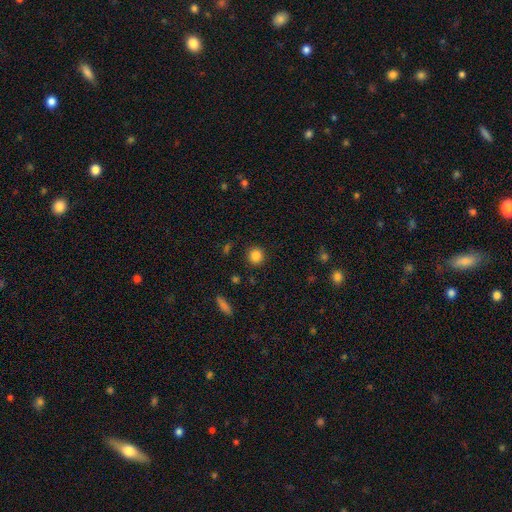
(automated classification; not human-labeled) smooth-or-featured: smooth: 85% | star or artifact: 11% | featured or disk: 4%
  how-rounded: round: 91% | in between: 8% | cigar-shaped: 1%
  merging: none: 90% | minor disturbance: 6% | major disturbance: 2% | merger: 1%